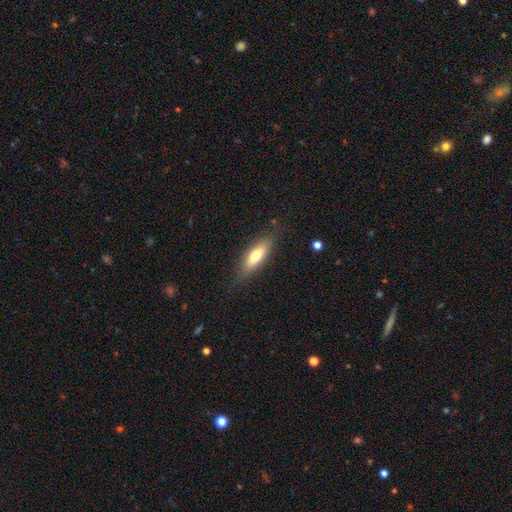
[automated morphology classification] This appears to be a smooth galaxy with no disk features (68%) that is in between round and cigar-shaped (55%). Merging: none (81%).